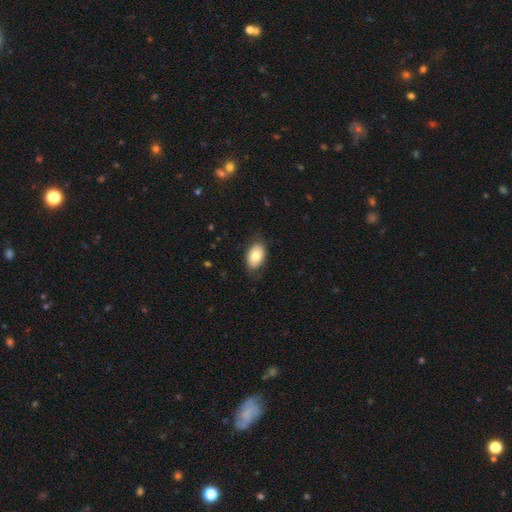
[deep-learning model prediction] Q: Smooth or featured?
A: smooth (77%); runner-up: featured or disk (16%)
Q: How rounded?
A: in between (91%); runner-up: round (8%)
Q: Merging?
A: none (79%); runner-up: minor disturbance (16%)